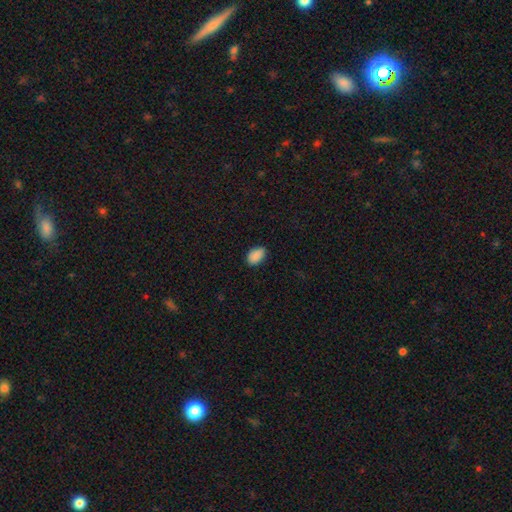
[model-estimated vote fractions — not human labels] The model was most divided on "merging": none: 84%, minor disturbance: 12%, major disturbance: 2%, merger: 1%. More confident: smooth or featured — smooth (89%); how rounded — in between (89%).